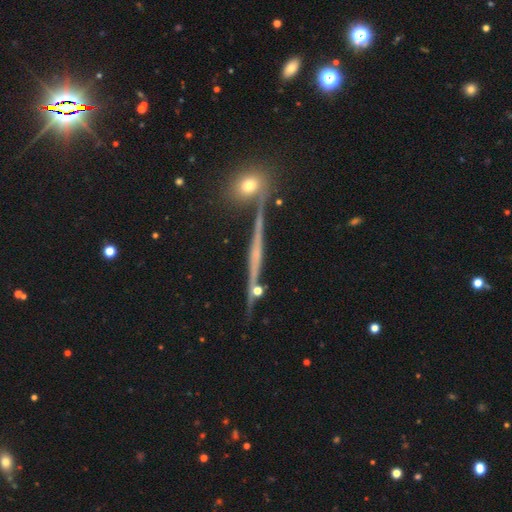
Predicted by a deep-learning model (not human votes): smooth-or-featured: featured or disk: 70% | smooth: 19% | star or artifact: 11%
  disk-edge-on: yes: 95% | no: 5%
    edge-on-bulge: none: 69% | rounded: 20% | boxy: 10%
  merging: none: 80% | minor disturbance: 11% | merger: 6% | major disturbance: 4%